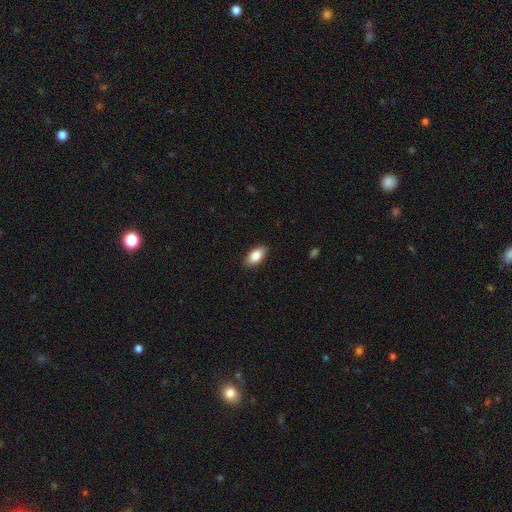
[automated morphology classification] Q: Smooth or featured?
A: smooth (85%); runner-up: featured or disk (8%)
Q: How rounded?
A: in between (92%); runner-up: cigar-shaped (5%)
Q: Merging?
A: none (89%); runner-up: minor disturbance (8%)